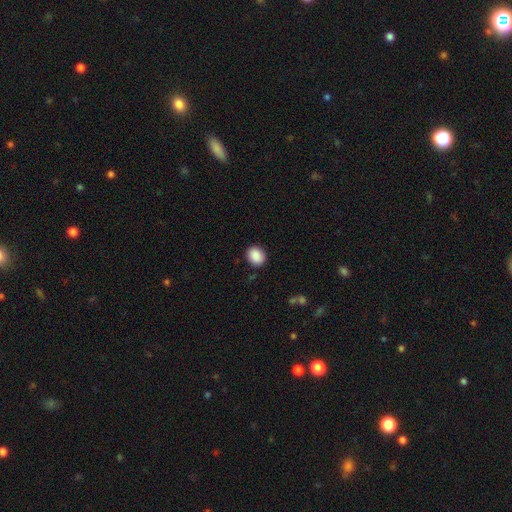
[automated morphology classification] Smooth or featured?
  - smooth: 89% *
  - star or artifact: 8%
  - featured or disk: 3%
How rounded?
  - round: 54% *
  - in between: 45%
  - cigar-shaped: 1%
Merging?
  - none: 88% *
  - minor disturbance: 9%
  - major disturbance: 2%
  - merger: 1%